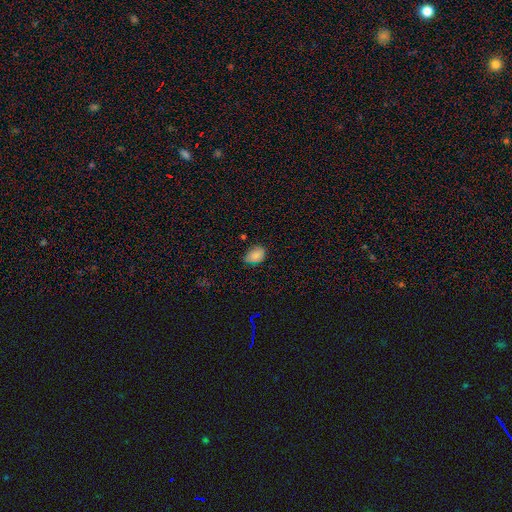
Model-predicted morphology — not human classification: The model was most divided on "merging": none: 62%, minor disturbance: 31%, major disturbance: 5%, merger: 2%. More confident: smooth or featured — smooth (81%); how rounded — in between (78%).